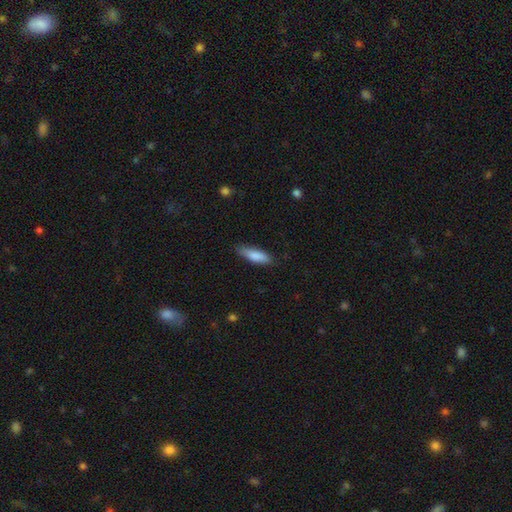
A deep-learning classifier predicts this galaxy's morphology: smooth_or_featured: smooth (p=0.84) [alt: featured or disk p=0.10]
how_rounded: cigar-shaped (p=0.55) [alt: in between p=0.43]
merging: none (p=0.79) [alt: minor disturbance p=0.17]